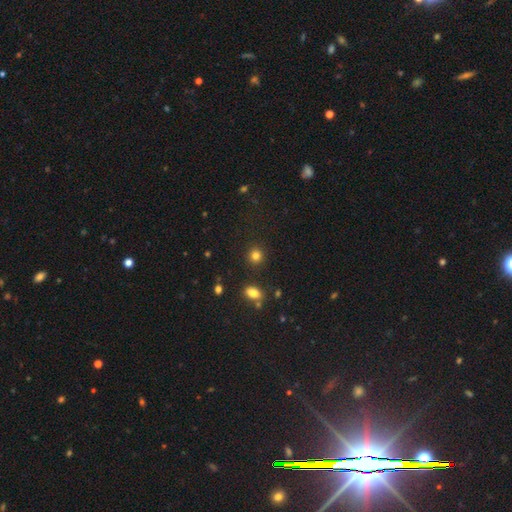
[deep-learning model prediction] smooth 82%, star or artifact 13%, featured or disk 5%. Down the decision tree: how rounded — round (88%); merging — none (89%).